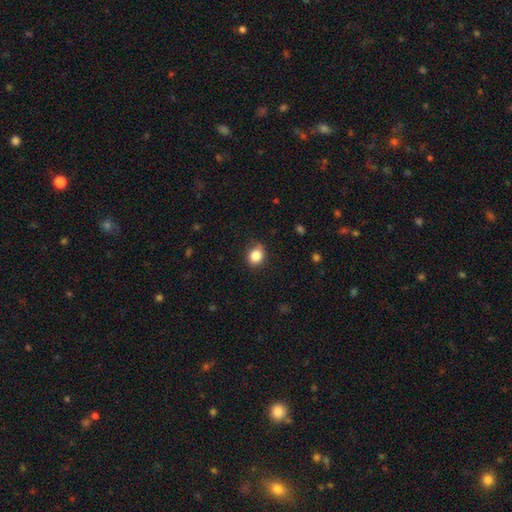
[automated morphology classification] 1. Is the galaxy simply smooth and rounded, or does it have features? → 84% smooth, 10% star or artifact, 6% featured or disk.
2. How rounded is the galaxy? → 61% round, 38% in between, 1% cigar-shaped.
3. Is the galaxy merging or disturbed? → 80% none, 15% minor disturbance, 3% major disturbance, 1% merger.